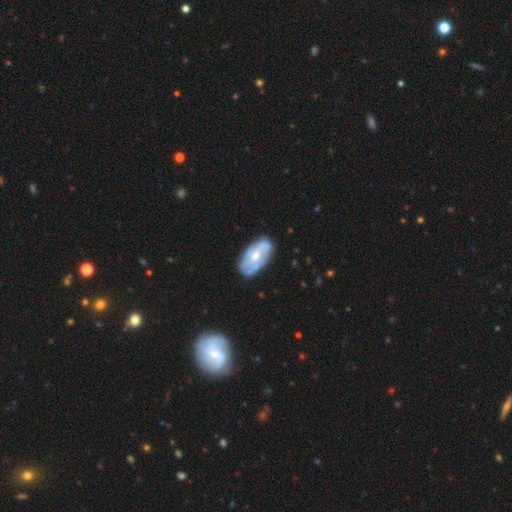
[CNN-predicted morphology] The model was most divided on "spiral arms": yes: 58%, no: 42%. More confident: edge-on disk — no (93%); bar — no (68%); merging — none (68%); smooth or featured — featured or disk (60%); bulge size — moderate (56%).